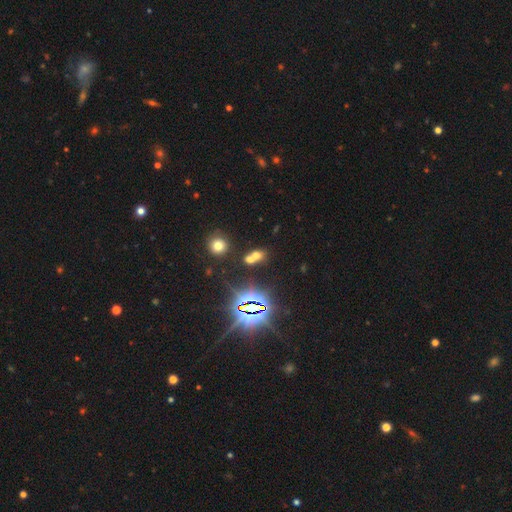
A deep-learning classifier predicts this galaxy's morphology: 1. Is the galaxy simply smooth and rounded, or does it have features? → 48% smooth, 37% star or artifact, 15% featured or disk.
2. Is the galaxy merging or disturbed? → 55% merger, 34% none, 7% minor disturbance, 4% major disturbance.